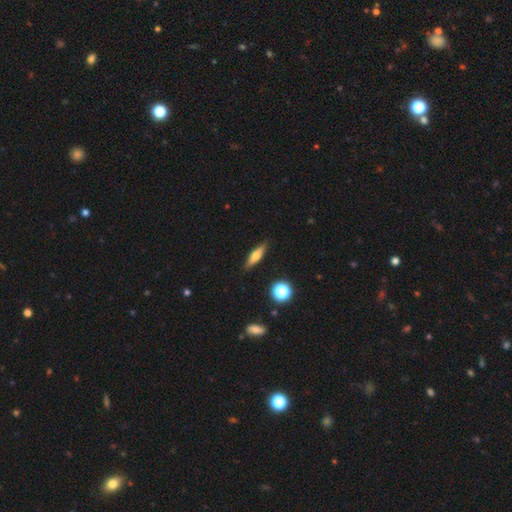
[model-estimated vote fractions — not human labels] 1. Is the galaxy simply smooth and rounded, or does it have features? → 56% smooth, 35% featured or disk, 8% star or artifact.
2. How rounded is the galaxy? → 61% cigar-shaped, 35% in between, 4% round.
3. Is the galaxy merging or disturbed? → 88% none, 9% minor disturbance, 2% major disturbance, 1% merger.